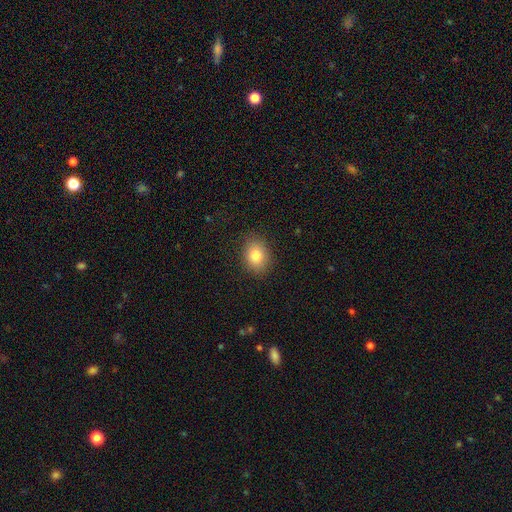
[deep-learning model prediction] The model was most divided on "how rounded": in between: 58%, round: 41%, cigar-shaped: 1%. More confident: merging — none (86%); smooth or featured — smooth (82%).